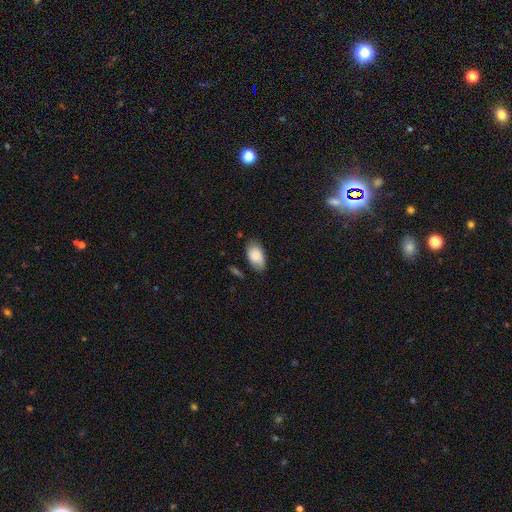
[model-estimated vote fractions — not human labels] smooth 83%, featured or disk 10%, star or artifact 7%. Down the decision tree: how rounded — in between (93%); merging — none (68%).